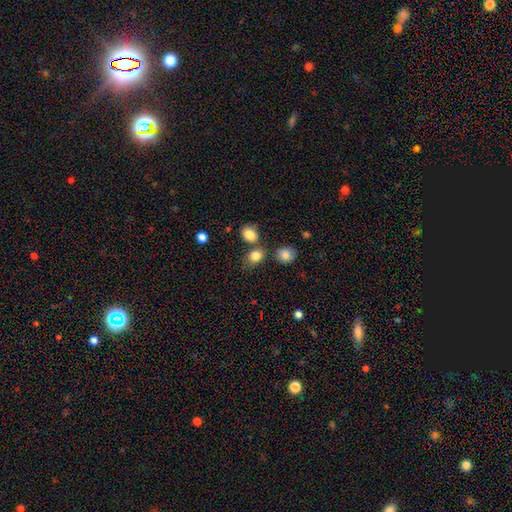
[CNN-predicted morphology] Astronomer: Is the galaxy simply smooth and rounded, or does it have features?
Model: smooth — 83%.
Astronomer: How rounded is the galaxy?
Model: round — 54% (runner-up: in between, 45%).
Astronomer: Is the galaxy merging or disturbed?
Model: none — 62%.